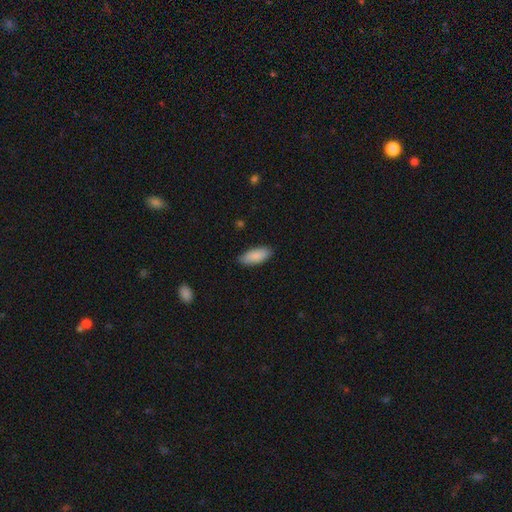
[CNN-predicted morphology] A smooth galaxy with no disk features (88%) that is in between round and cigar-shaped (83%).

Vote fractions:
- Smooth or featured? smooth: 88% / featured or disk: 7% / star or artifact: 6%
- How rounded? in between: 83% / cigar-shaped: 15% / round: 2%
- Merging? none: 85% / minor disturbance: 12% / major disturbance: 2% / merger: 1%